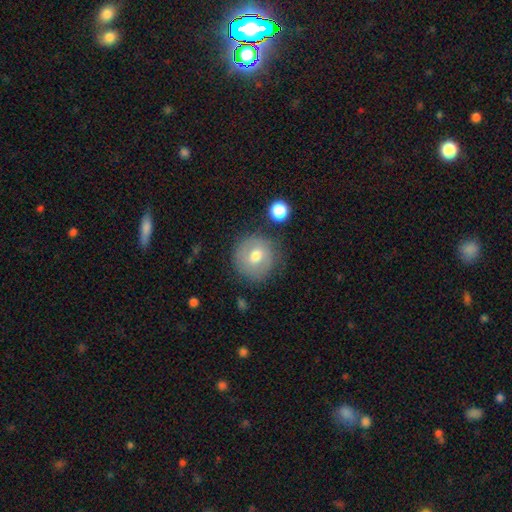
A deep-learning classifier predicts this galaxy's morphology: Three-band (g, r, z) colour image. It shows a smooth galaxy with no disk features (62%) that is round (92%). Merging: none (78%).